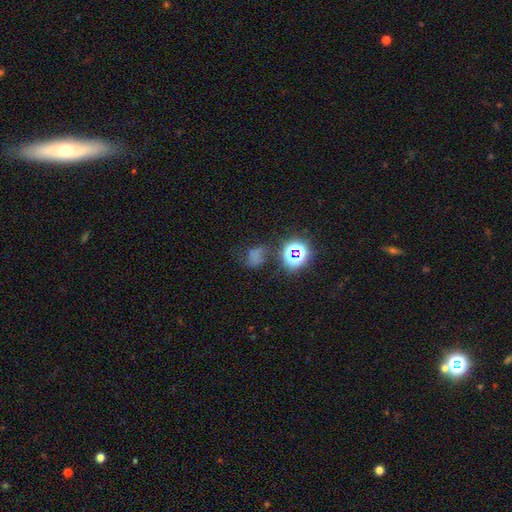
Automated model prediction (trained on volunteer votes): This appears to be a smooth galaxy with no disk features (48%). Merging: none (45%).